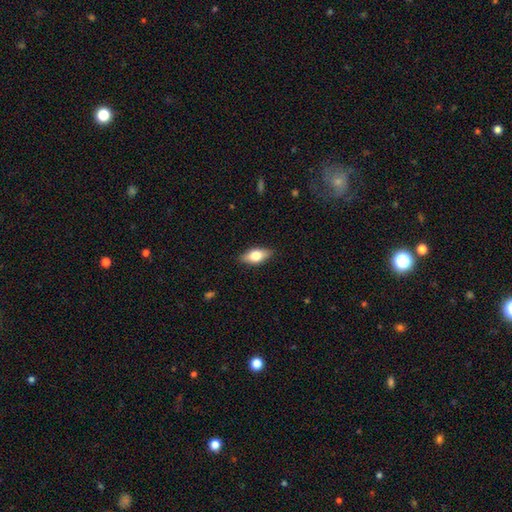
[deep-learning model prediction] Q: Smooth or featured?
A: smooth (68%); runner-up: featured or disk (26%)
Q: How rounded?
A: in between (82%); runner-up: cigar-shaped (13%)
Q: Merging?
A: none (87%); runner-up: minor disturbance (10%)